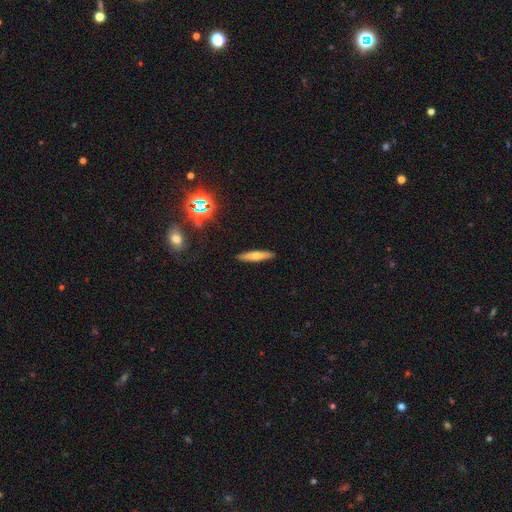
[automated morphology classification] Overall: smooth (59%; featured or disk 31%). How rounded: cigar-shaped (84%). Merging: none (90%).